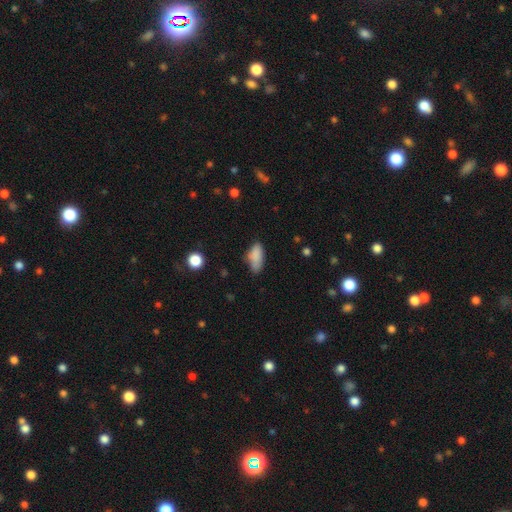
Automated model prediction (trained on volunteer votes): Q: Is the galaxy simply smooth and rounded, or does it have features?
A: smooth — 84%.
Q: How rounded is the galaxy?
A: in between — 84%.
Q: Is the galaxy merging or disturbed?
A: none — 57%.